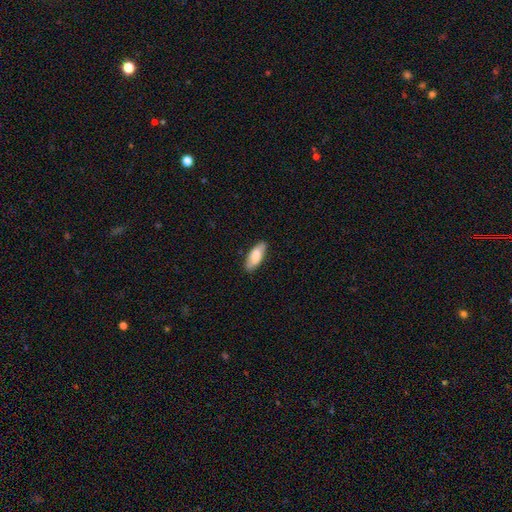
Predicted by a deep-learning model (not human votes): A smooth galaxy with no disk features (74%) that is in between round and cigar-shaped (78%).

Vote fractions:
- Smooth or featured? smooth: 74% / featured or disk: 20% / star or artifact: 6%
- How rounded? in between: 78% / cigar-shaped: 20% / round: 2%
- Merging? none: 82% / minor disturbance: 14% / major disturbance: 3% / merger: 1%